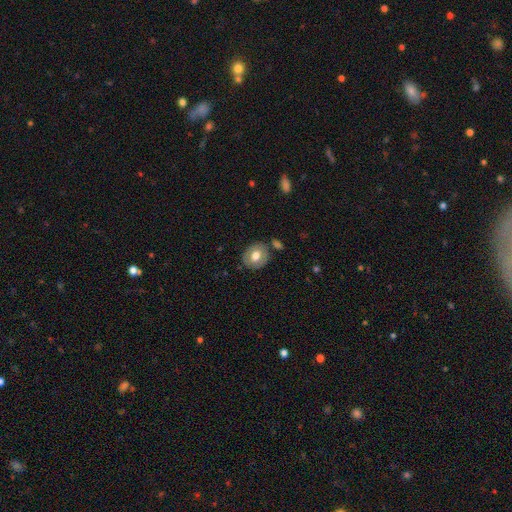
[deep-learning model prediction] A smooth galaxy with no disk features (68%) that is round (65%).

Vote fractions:
- Smooth or featured? smooth: 68% / featured or disk: 25% / star or artifact: 7%
- How rounded? round: 65% / in between: 34% / cigar-shaped: 1%
- Merging? none: 79% / minor disturbance: 12% / merger: 6% / major disturbance: 3%